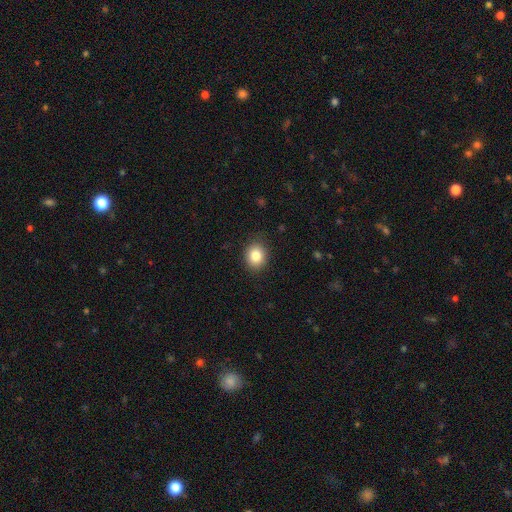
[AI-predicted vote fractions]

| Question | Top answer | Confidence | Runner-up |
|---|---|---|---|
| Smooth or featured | smooth | 84% | star or artifact (10%) |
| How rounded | round | 65% | in between (34%) |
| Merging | none | 87% | minor disturbance (9%) |